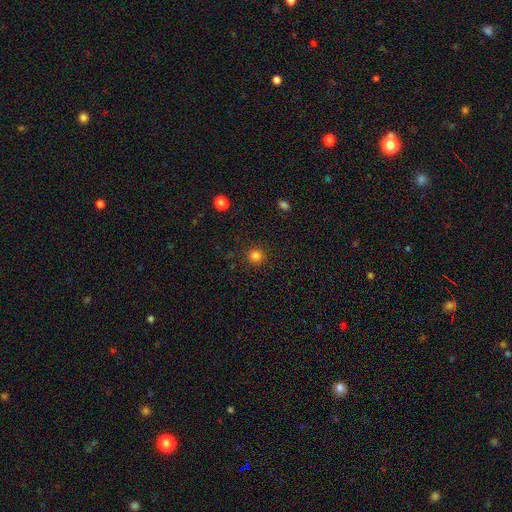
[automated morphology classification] Smooth or featured? Predicted: smooth (p=0.82). How rounded? Predicted: round (p=0.91). Merging? Predicted: none (p=0.89).